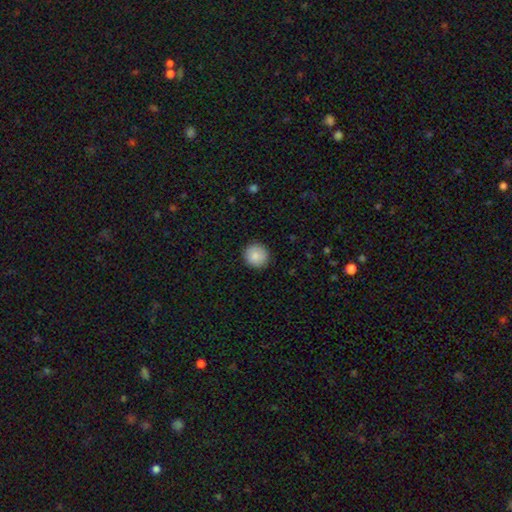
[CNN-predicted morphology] A smooth galaxy with no disk features (85%) that is round (93%). Merging: none (90%).